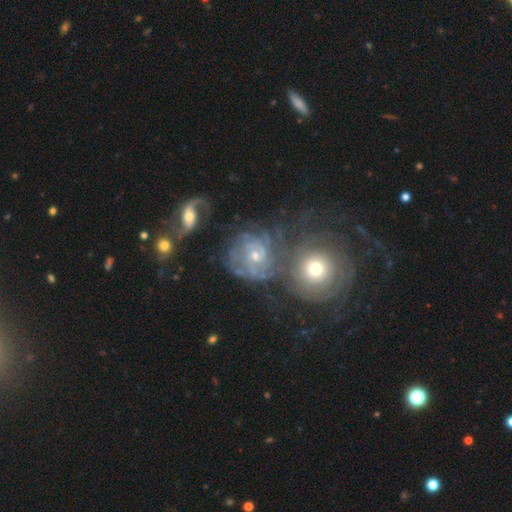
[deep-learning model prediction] Overall: featured or disk (81%). Edge-on disk: no (97%). Bar: no (70%). Spiral arms: yes (93%). Spiral arm count: can't tell (34%; 2 20%). Spiral winding: tight (57%; medium 31%). Bulge size: small (49%; moderate 44%). Merging: none (45%; merger 26%).